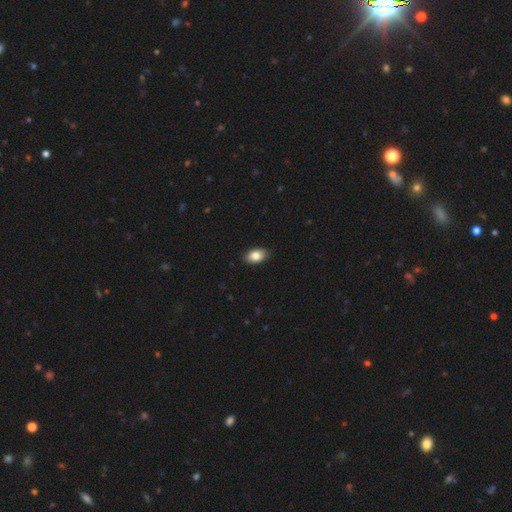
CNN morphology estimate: Smooth or featured?
  - smooth: 85% *
  - star or artifact: 8%
  - featured or disk: 7%
How rounded?
  - in between: 90% *
  - round: 9%
  - cigar-shaped: 1%
Merging?
  - none: 88% *
  - minor disturbance: 9%
  - major disturbance: 2%
  - merger: 1%